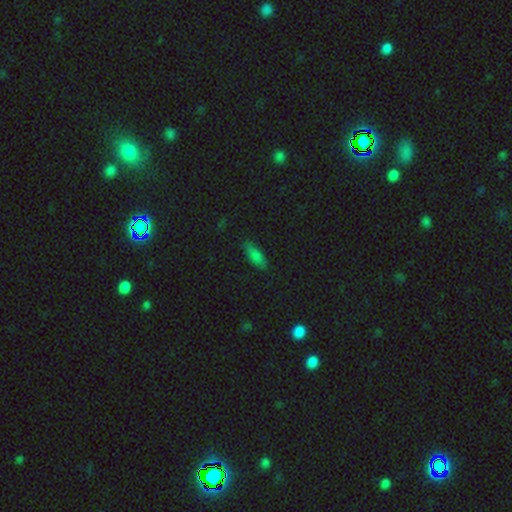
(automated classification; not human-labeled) Smooth or featured? Predicted: smooth (p=0.75). How rounded? Predicted: in between (p=0.74). Merging? Predicted: none (p=0.81).